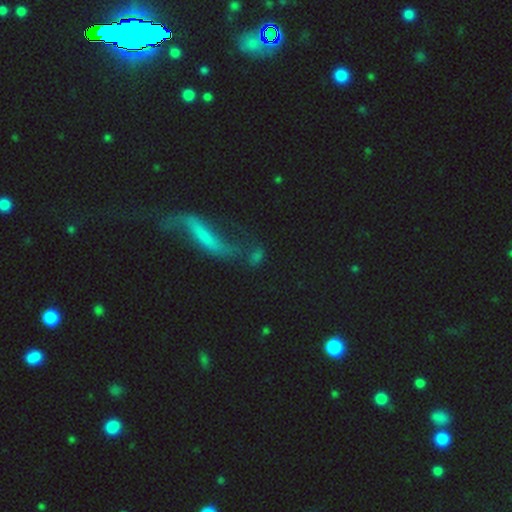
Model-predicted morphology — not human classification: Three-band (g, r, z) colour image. It shows a smooth galaxy with no disk features (44%). Merging: none (46%).